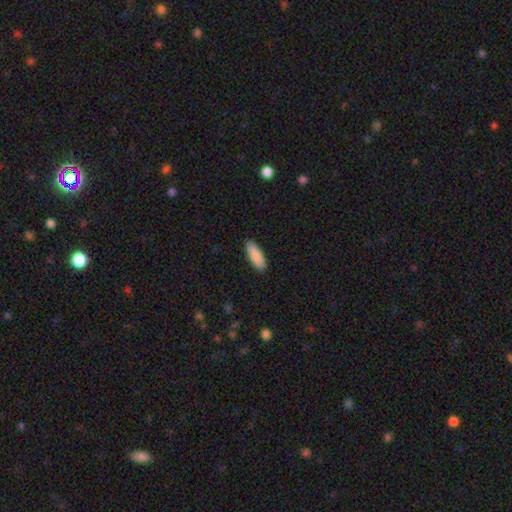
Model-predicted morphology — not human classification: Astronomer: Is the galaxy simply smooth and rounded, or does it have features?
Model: smooth — 89%.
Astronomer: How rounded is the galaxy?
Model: in between — 65%.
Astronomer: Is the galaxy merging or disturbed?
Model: none — 89%.